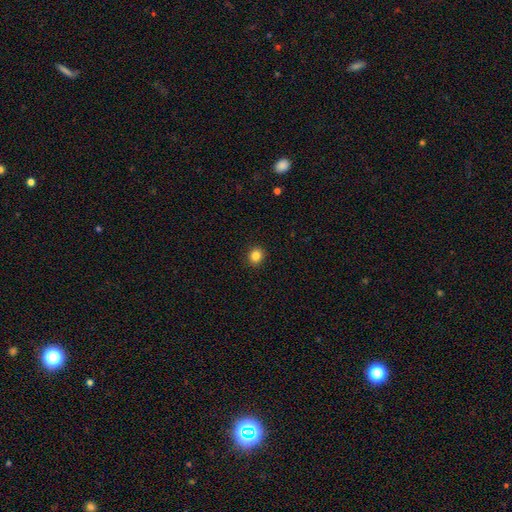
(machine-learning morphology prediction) The model was most divided on "how rounded": round: 82%, in between: 17%, cigar-shaped: 1%. More confident: merging — none (92%); smooth or featured — smooth (85%).